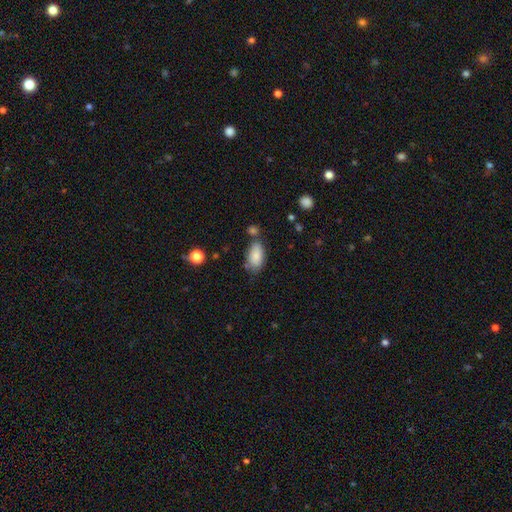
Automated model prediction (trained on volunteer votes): A smooth galaxy with no disk features (85%) that is in between round and cigar-shaped (93%).

Vote fractions:
- Smooth or featured? smooth: 85% / featured or disk: 8% / star or artifact: 7%
- How rounded? in between: 93% / round: 4% / cigar-shaped: 3%
- Merging? none: 61% / minor disturbance: 21% / merger: 13% / major disturbance: 5%